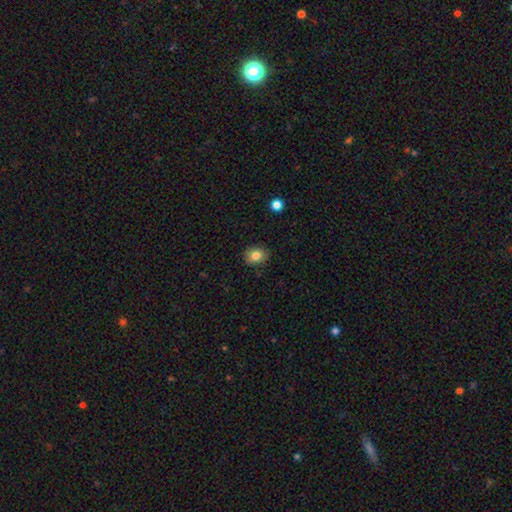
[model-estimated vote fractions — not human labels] This is clearly a smooth galaxy (82%). How rounded: likely round (61%). Merging: clearly none (88%).